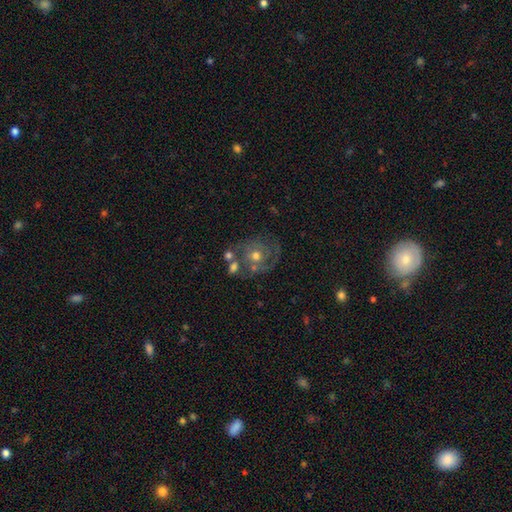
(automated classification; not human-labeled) featured or disk 74%, smooth 16%, star or artifact 10%. Down the decision tree: edge-on disk — no (97%); bar — no (80%); spiral arms — yes (78%); spiral arm count — 2 (42%); spiral winding — tight (62%); bulge size — moderate (72%); merging — none (60%).